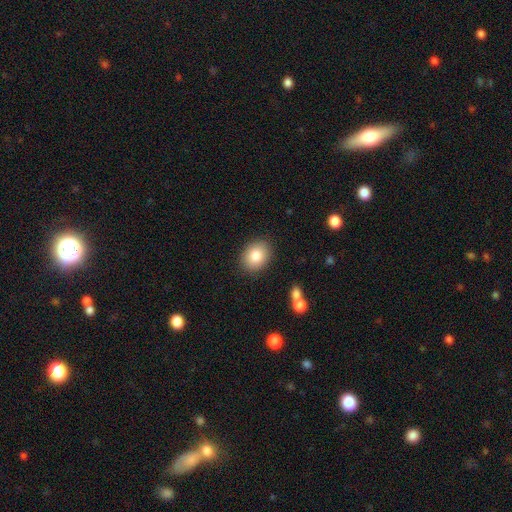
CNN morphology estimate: smooth-or-featured: smooth: 83% | featured or disk: 9% | star or artifact: 8%
  how-rounded: in between: 54% | round: 45% | cigar-shaped: 1%
  merging: none: 88% | minor disturbance: 8% | major disturbance: 2% | merger: 2%